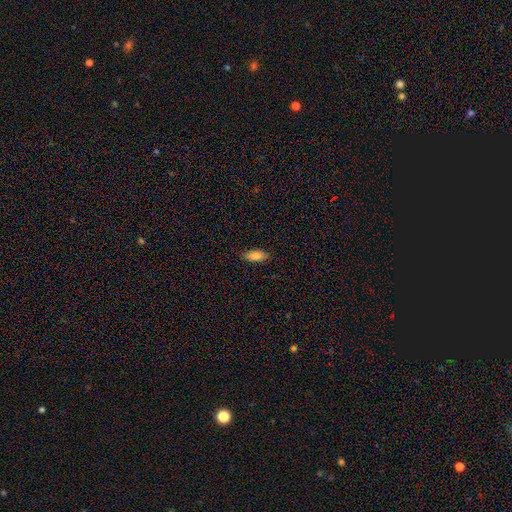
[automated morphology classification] The model was most divided on "how rounded": in between: 86%, cigar-shaped: 12%, round: 2%. More confident: merging — none (87%); smooth or featured — smooth (84%).